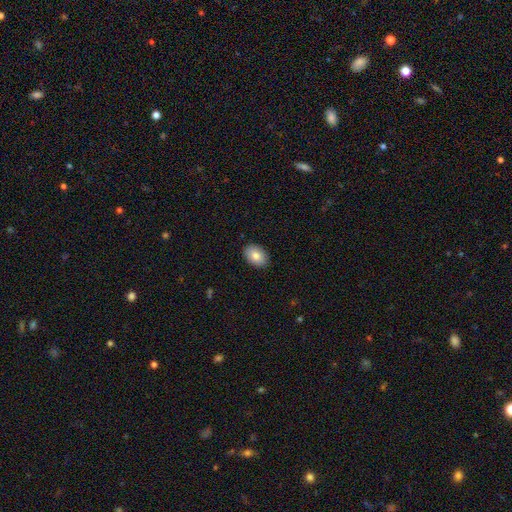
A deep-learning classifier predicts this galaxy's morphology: Smooth or featured?
  - smooth: 83% *
  - featured or disk: 10%
  - star or artifact: 7%
How rounded?
  - in between: 85% *
  - round: 14%
  - cigar-shaped: 1%
Merging?
  - none: 89% *
  - minor disturbance: 8%
  - major disturbance: 2%
  - merger: 1%